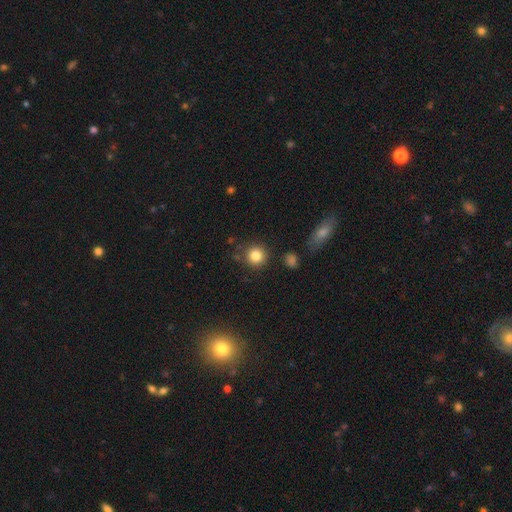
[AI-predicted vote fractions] A smooth galaxy with no disk features (84%) that is round (92%).

Vote fractions:
- Smooth or featured? smooth: 84% / star or artifact: 10% / featured or disk: 6%
- How rounded? round: 92% / in between: 7% / cigar-shaped: 1%
- Merging? none: 83% / minor disturbance: 10% / merger: 4% / major disturbance: 3%